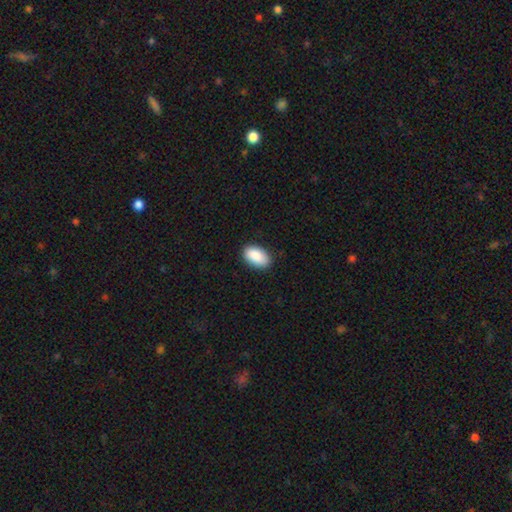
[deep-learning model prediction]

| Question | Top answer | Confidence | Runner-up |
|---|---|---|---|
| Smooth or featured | smooth | 90% | star or artifact (6%) |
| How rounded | in between | 94% | round (5%) |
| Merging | none | 87% | minor disturbance (10%) |